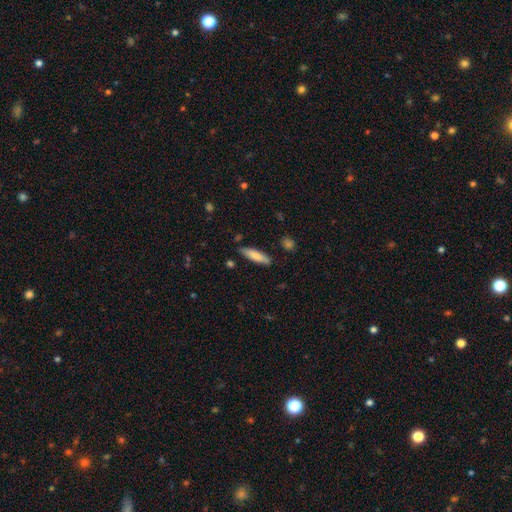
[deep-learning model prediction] smooth_or_featured: smooth (p=0.79) [alt: featured or disk p=0.15]
how_rounded: cigar-shaped (p=0.70) [alt: in between p=0.28]
merging: none (p=0.85) [alt: minor disturbance p=0.11]